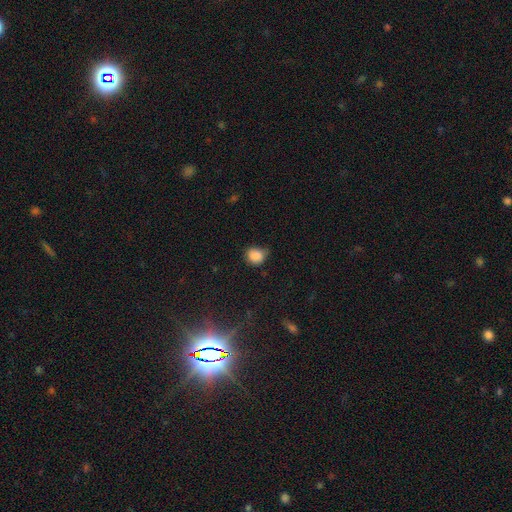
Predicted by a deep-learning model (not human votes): Morphology: type=smooth (86%); roundness=round (72%); merging=none (61%).